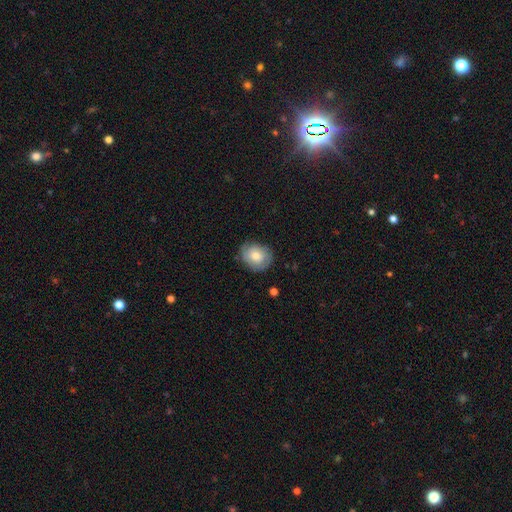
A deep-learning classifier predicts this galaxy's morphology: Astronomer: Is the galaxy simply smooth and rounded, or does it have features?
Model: smooth — 58% (runner-up: featured or disk, 35%).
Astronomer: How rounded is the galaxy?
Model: round — 58% (runner-up: in between, 41%).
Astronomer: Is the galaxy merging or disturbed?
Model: none — 75%.